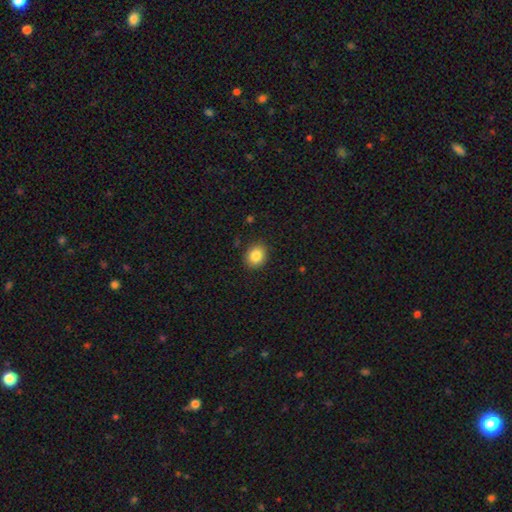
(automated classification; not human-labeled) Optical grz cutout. It shows a smooth galaxy with no disk features (85%) that is round (67%). Merging: none (88%).